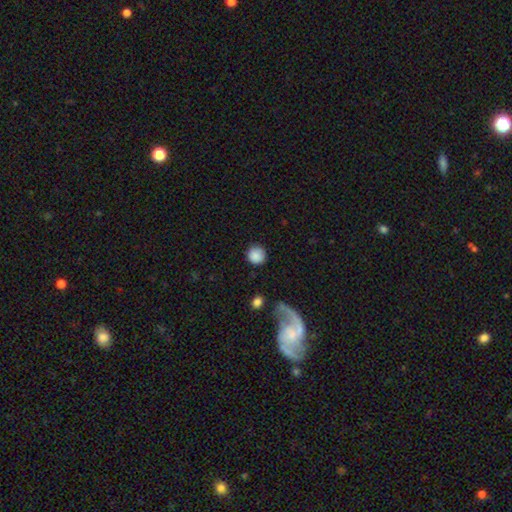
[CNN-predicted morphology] Smooth or featured: smooth — 85% (star or artifact — 9%)
How rounded: round — 92% (in between — 7%)
Merging: none — 83% (minor disturbance — 10%)